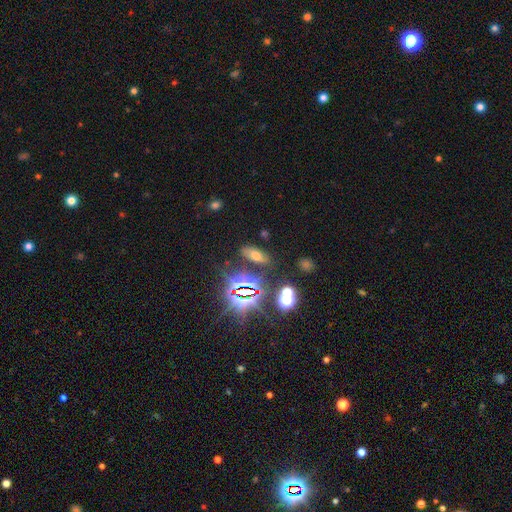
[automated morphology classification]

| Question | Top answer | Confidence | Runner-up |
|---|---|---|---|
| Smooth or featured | smooth | 49% | star or artifact (36%) |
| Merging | none | 79% | minor disturbance (12%) |